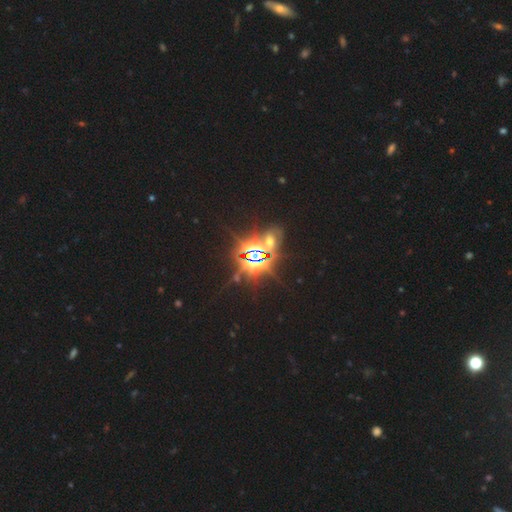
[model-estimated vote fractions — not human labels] This is clearly a star or artifact rather than a galaxy (83%).